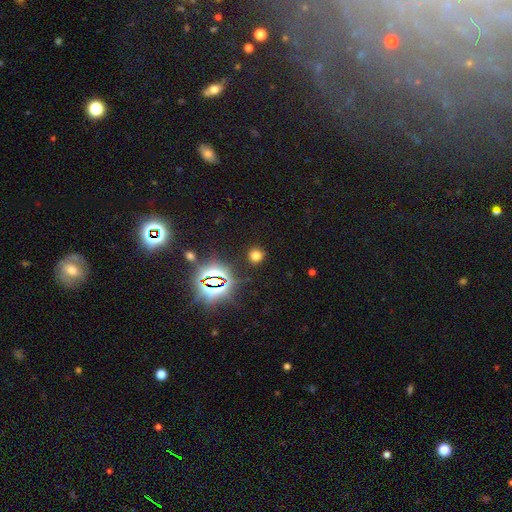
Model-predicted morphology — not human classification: Smooth or featured? smooth (63%)
How rounded? round (82%)
Merging? none (87%)